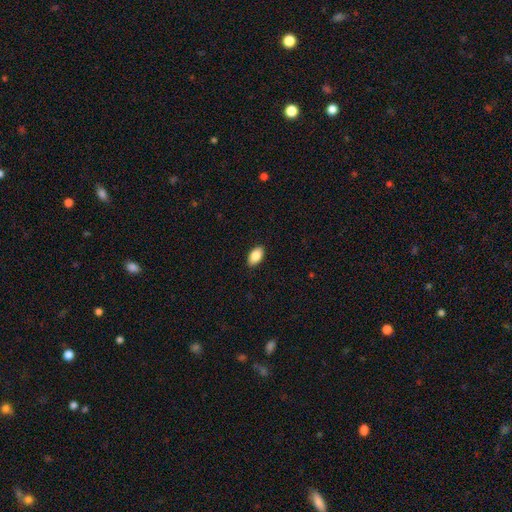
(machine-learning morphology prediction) Smooth or featured: smooth — 86% (star or artifact — 7%)
How rounded: in between — 93% (round — 4%)
Merging: none — 89% (minor disturbance — 8%)